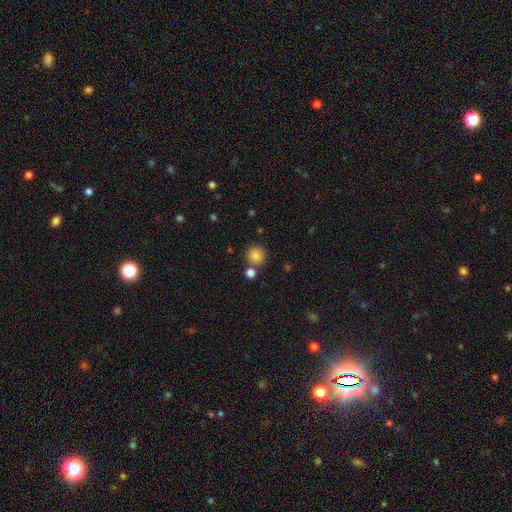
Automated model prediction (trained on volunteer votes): Smooth or featured? Predicted: smooth (p=0.85). How rounded? Predicted: round (p=0.93). Merging? Predicted: none (p=0.77).